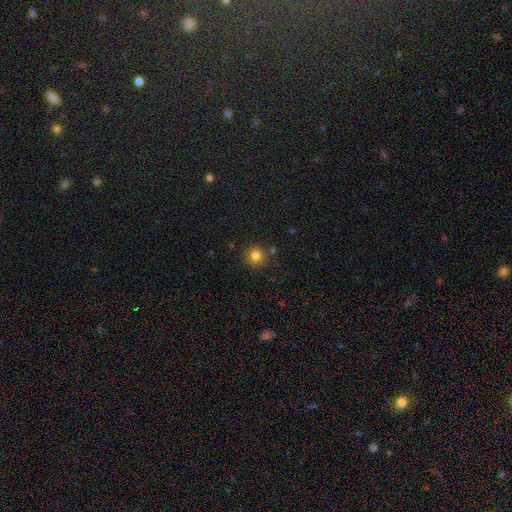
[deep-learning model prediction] Overall: smooth (82%). How rounded: round (94%). Merging: none (85%).